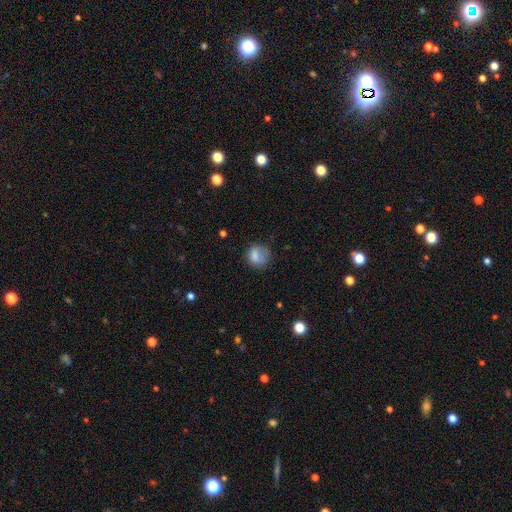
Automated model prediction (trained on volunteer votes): Smooth or featured? Predicted: smooth (p=0.76). How rounded? Predicted: round (p=0.70). Merging? Predicted: none (p=0.54).